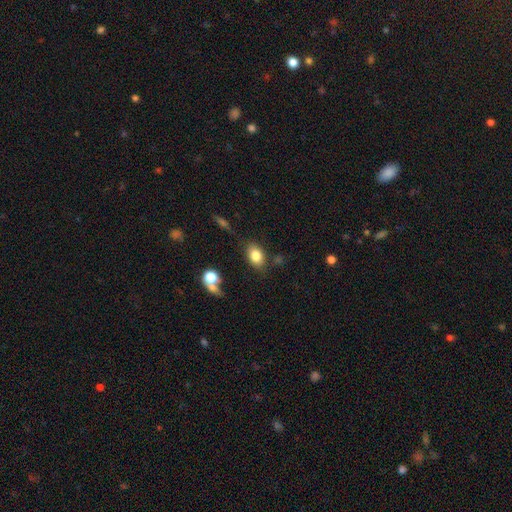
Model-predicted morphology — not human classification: Smooth or featured? smooth (82%)
How rounded? in between (79%)
Merging? none (74%)